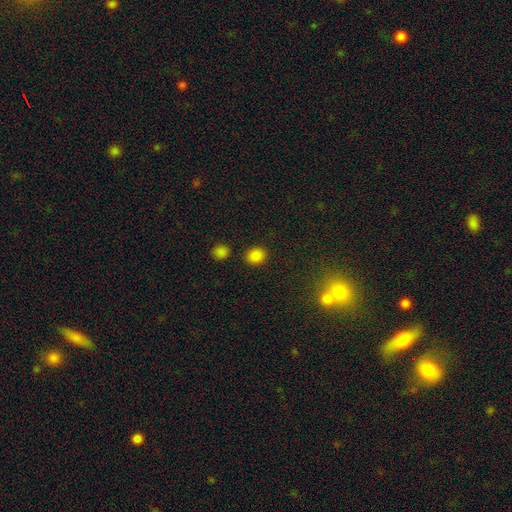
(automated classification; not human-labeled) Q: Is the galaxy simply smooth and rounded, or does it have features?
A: smooth — 84%.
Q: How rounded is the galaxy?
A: round — 70%.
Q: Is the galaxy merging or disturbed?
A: none — 86%.